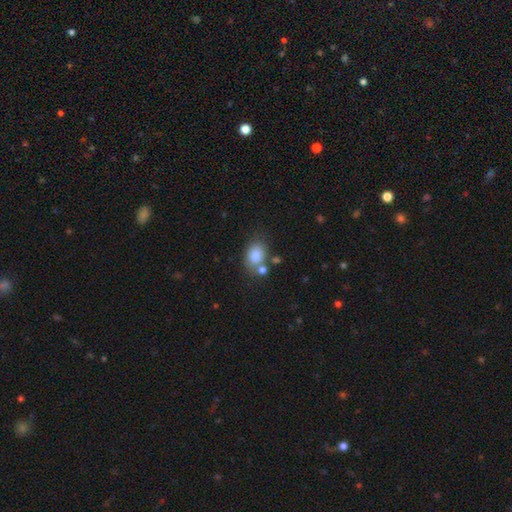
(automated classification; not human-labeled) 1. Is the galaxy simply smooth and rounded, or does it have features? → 84% smooth, 9% star or artifact, 7% featured or disk.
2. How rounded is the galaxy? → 70% in between, 29% round, 1% cigar-shaped.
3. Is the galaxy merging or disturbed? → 60% none, 18% merger, 16% minor disturbance, 6% major disturbance.